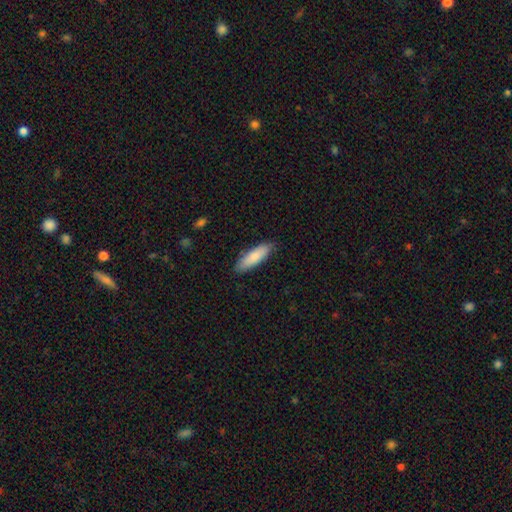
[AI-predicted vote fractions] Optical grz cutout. It shows a smooth galaxy with no disk features (84%) that is cigar-shaped (52%). Merging: none (85%).